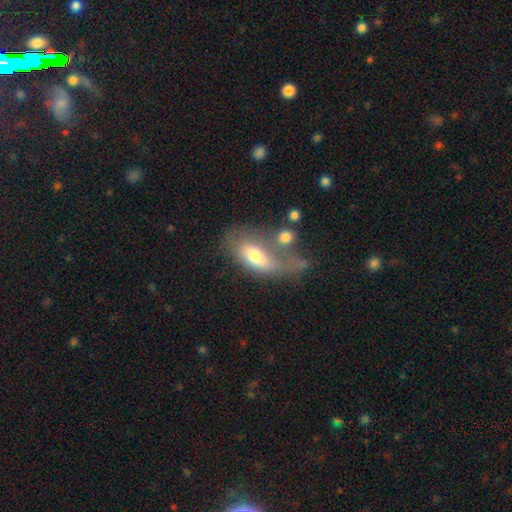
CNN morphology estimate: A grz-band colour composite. It shows a smooth galaxy with no disk features (65%) that is in between round and cigar-shaped (83%). Merging: merger (34%).